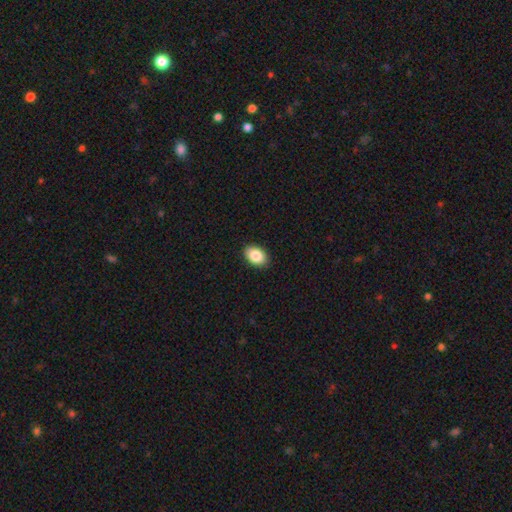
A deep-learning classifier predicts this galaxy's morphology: Q: Smooth or featured?
A: smooth (86%); runner-up: star or artifact (7%)
Q: How rounded?
A: in between (86%); runner-up: round (13%)
Q: Merging?
A: none (91%); runner-up: minor disturbance (7%)